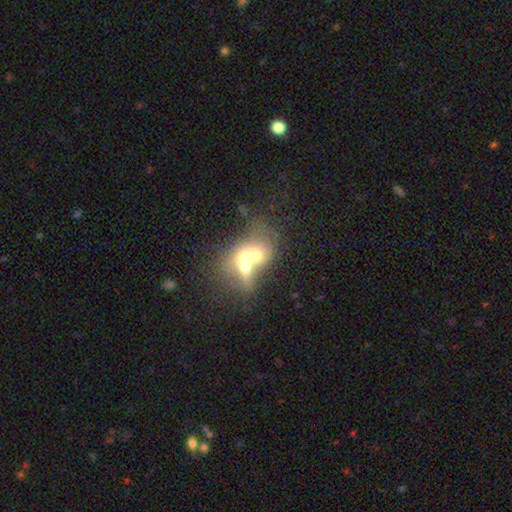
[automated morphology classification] This appears to be a smooth galaxy with no disk features (51%) that is in between round and cigar-shaped (51%). Merging: merger (78%).